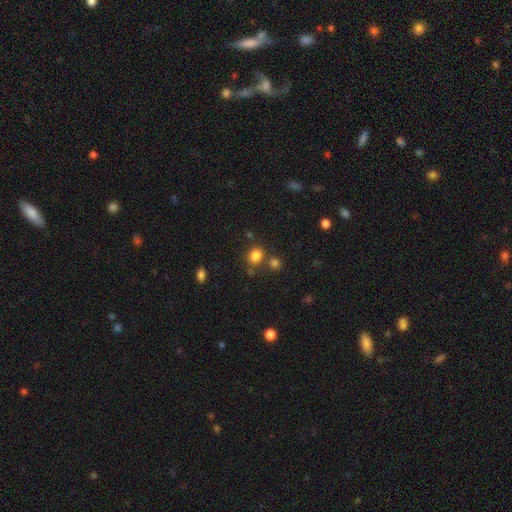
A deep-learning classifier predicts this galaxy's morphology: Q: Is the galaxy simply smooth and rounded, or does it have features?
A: smooth — 81%.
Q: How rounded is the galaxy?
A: round — 69%.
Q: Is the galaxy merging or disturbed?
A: none — 69%.